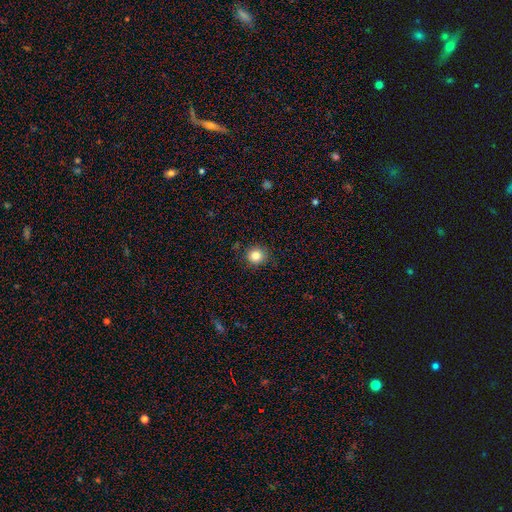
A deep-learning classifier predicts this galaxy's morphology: Q: Smooth or featured?
A: smooth (83%); runner-up: star or artifact (11%)
Q: How rounded?
A: round (90%); runner-up: in between (9%)
Q: Merging?
A: none (89%); runner-up: minor disturbance (8%)